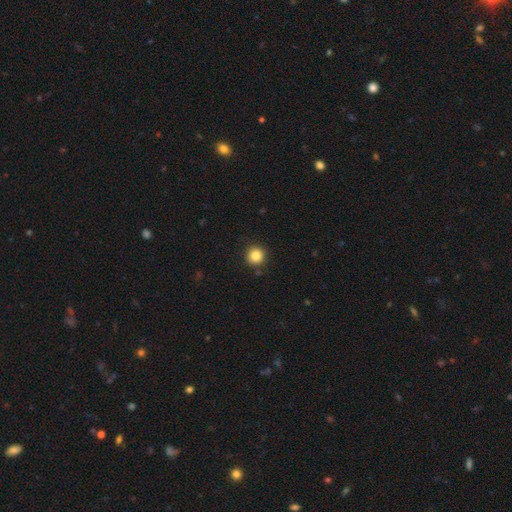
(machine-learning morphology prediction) Smooth or featured?
  - smooth: 85% *
  - star or artifact: 10%
  - featured or disk: 4%
How rounded?
  - round: 94% *
  - in between: 5%
  - cigar-shaped: 1%
Merging?
  - none: 91% *
  - minor disturbance: 6%
  - major disturbance: 2%
  - merger: 1%